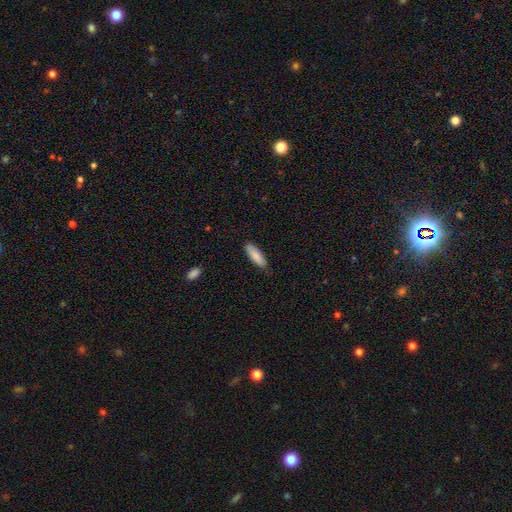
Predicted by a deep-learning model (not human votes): smooth-or-featured: smooth: 86% | featured or disk: 8% | star or artifact: 6%
  how-rounded: cigar-shaped: 51% | in between: 47% | round: 1%
  merging: none: 81% | minor disturbance: 16% | major disturbance: 2% | merger: 1%